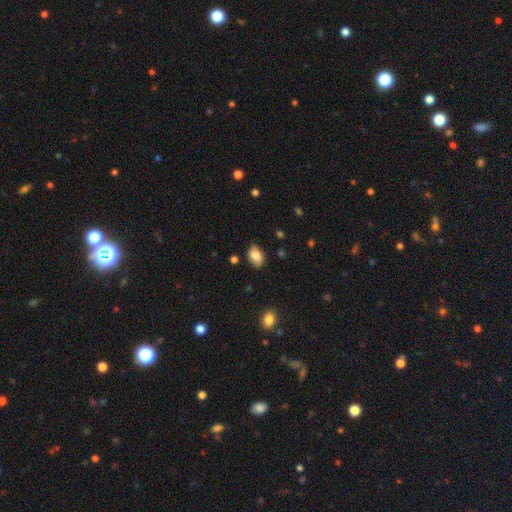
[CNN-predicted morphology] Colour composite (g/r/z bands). It shows a smooth galaxy with no disk features (78%) that is in between round and cigar-shaped (85%). Merging: none (78%).